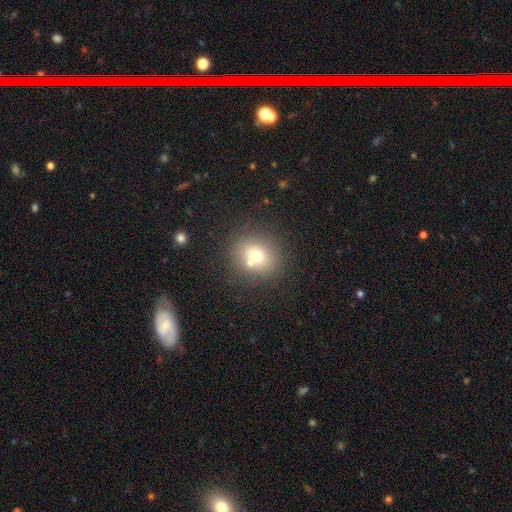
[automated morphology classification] smooth 68%, featured or disk 17%, star or artifact 14%. Down the decision tree: how rounded — round (81%); merging — none (63%).